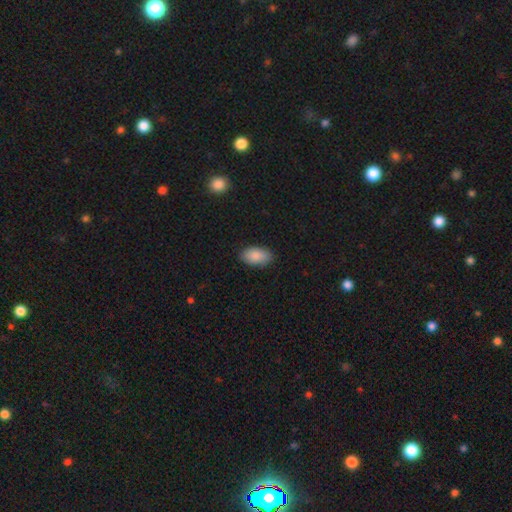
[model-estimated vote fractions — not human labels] This appears to be a smooth galaxy with no disk features (88%) that is in between round and cigar-shaped (94%). Merging: none (85%).